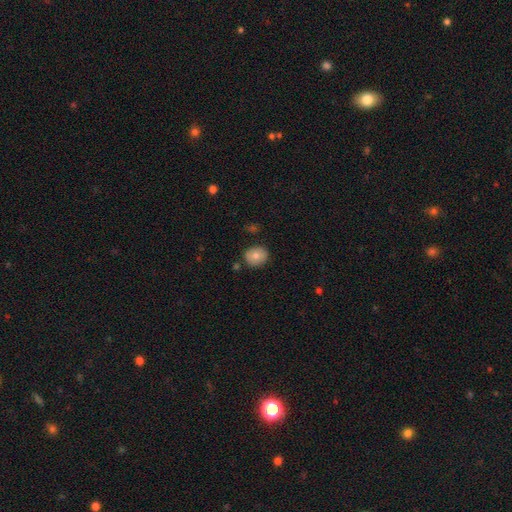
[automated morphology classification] A smooth galaxy with no disk features (79%) that is round (70%). Merging: none (83%).